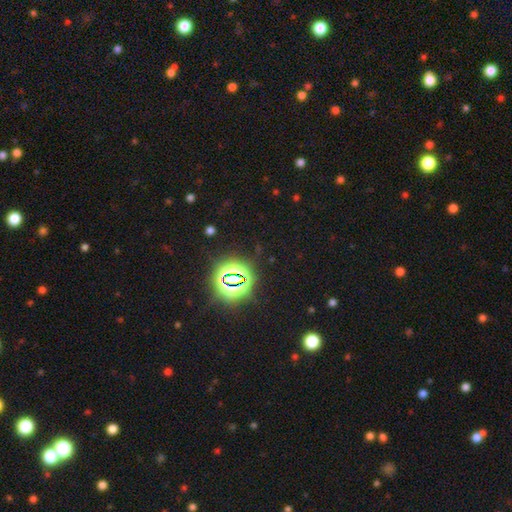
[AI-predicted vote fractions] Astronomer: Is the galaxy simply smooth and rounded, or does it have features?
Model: star or artifact — 81%.